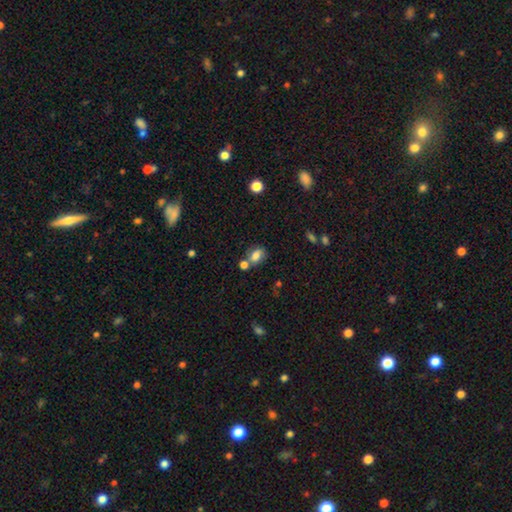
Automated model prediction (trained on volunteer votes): A smooth galaxy with no disk features (76%) that is in between round and cigar-shaped (74%).

Vote fractions:
- Smooth or featured? smooth: 76% / featured or disk: 14% / star or artifact: 11%
- How rounded? in between: 74% / round: 24% / cigar-shaped: 2%
- Merging? none: 52% / merger: 26% / minor disturbance: 16% / major disturbance: 6%